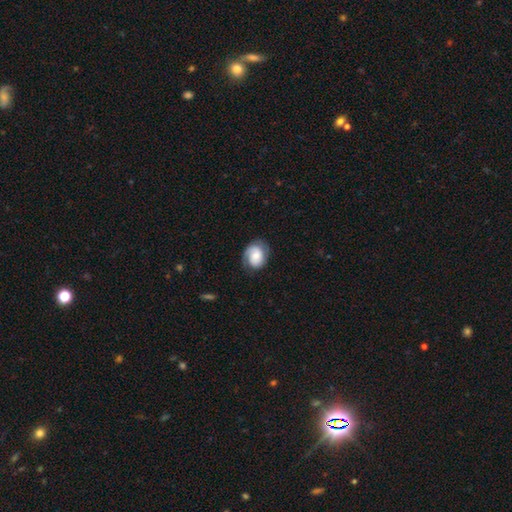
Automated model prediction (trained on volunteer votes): Smooth or featured: featured or disk — 47% (smooth — 46%)
Merging: none — 71% (minor disturbance — 20%)